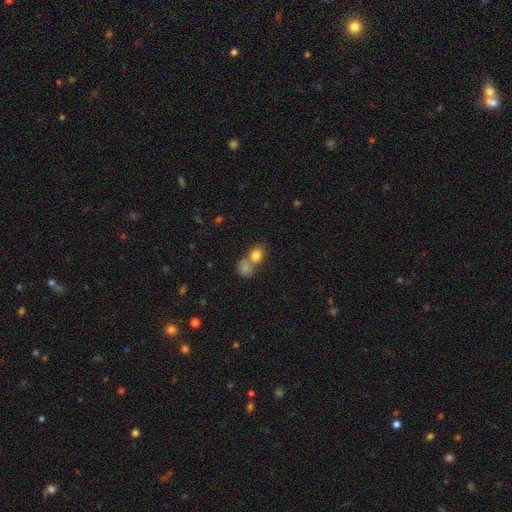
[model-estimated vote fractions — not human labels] A smooth galaxy with no disk features (81%) that is round (64%).

Vote fractions:
- Smooth or featured? smooth: 81% / star or artifact: 10% / featured or disk: 9%
- How rounded? round: 64% / in between: 35% / cigar-shaped: 1%
- Merging? merger: 51% / none: 37% / minor disturbance: 8% / major disturbance: 4%